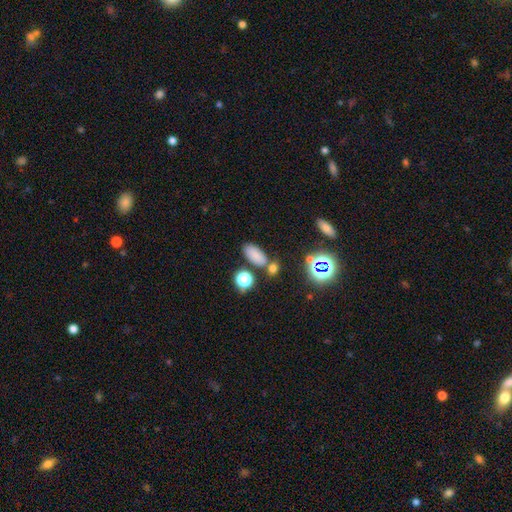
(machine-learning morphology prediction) type=smooth (77%); roundness=in between (86%); merging=none (72%).